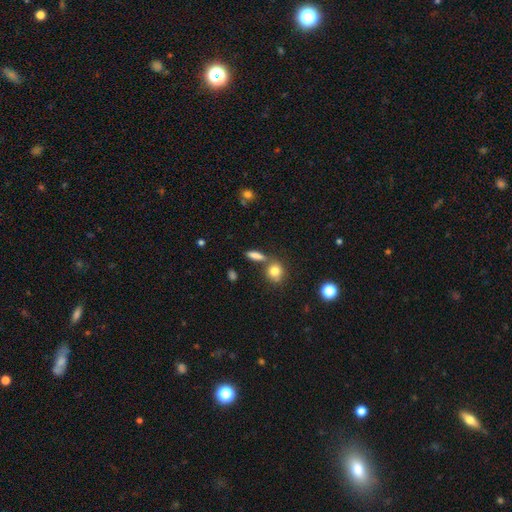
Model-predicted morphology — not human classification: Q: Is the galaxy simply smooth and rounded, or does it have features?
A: smooth — 78%.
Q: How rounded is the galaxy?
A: in between — 45%.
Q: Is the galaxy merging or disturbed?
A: none — 70%.